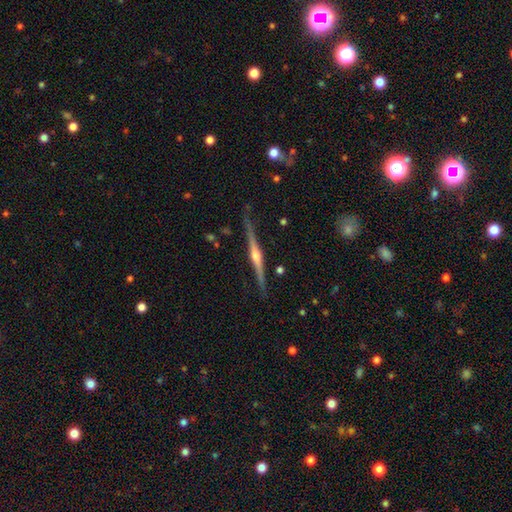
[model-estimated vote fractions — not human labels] A featured or disk galaxy (85%) viewed edge-on (98%) with a rounded central bulge (91%). Merging: none (87%).